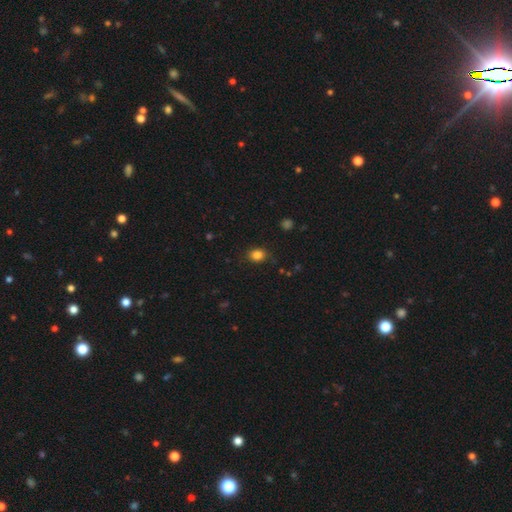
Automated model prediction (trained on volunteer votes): A smooth galaxy with no disk features (84%) that is round (55%). Merging: none (81%).